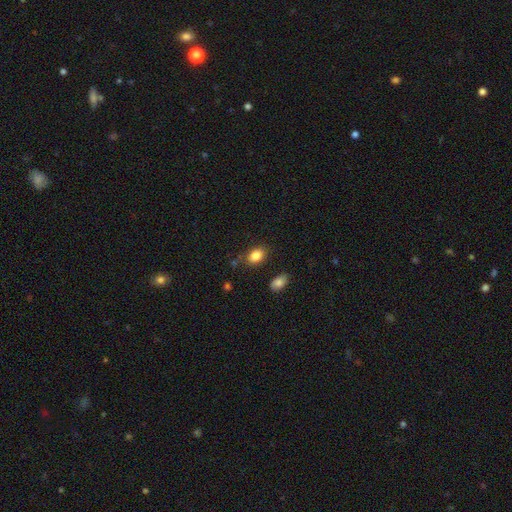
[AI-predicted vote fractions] Overall: smooth (85%). How rounded: in between (81%). Merging: none (79%).